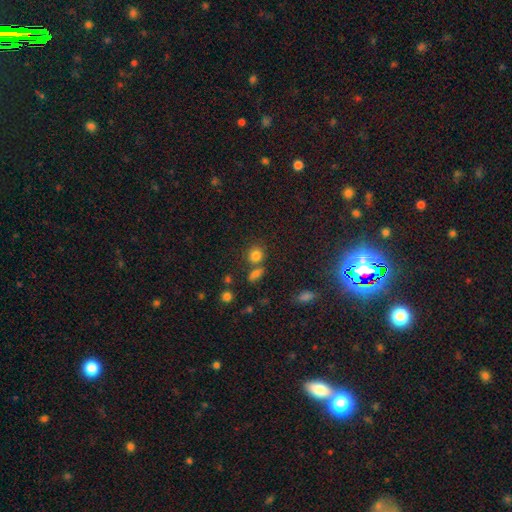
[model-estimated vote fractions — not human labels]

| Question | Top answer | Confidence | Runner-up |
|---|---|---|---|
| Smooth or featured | smooth | 80% | star or artifact (14%) |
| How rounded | round | 76% | in between (22%) |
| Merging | none | 64% | merger (20%) |